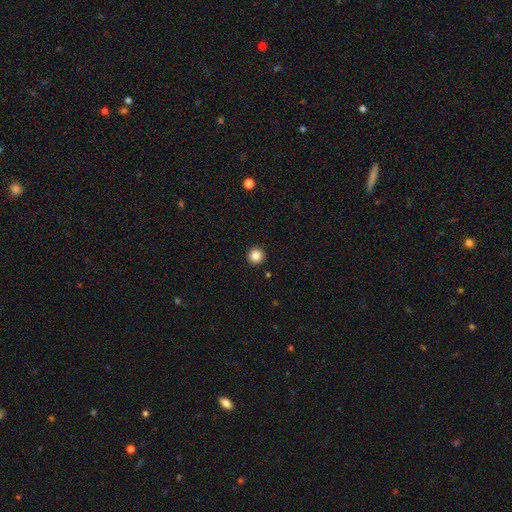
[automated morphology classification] A smooth galaxy with no disk features (86%) that is round (96%). Merging: none (94%).